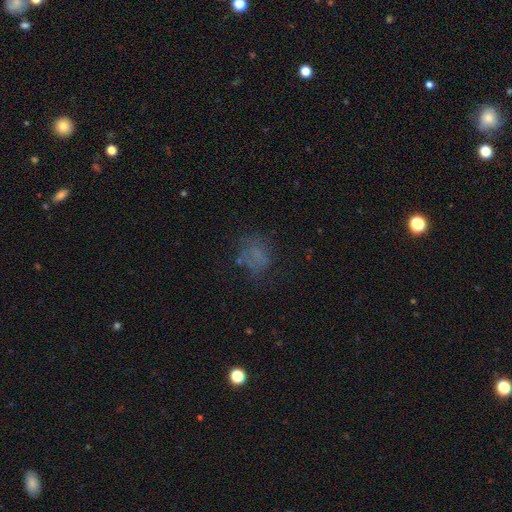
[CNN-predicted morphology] Overall: smooth (48%; featured or disk 27%). Merging: none (56%; major disturbance 21%).